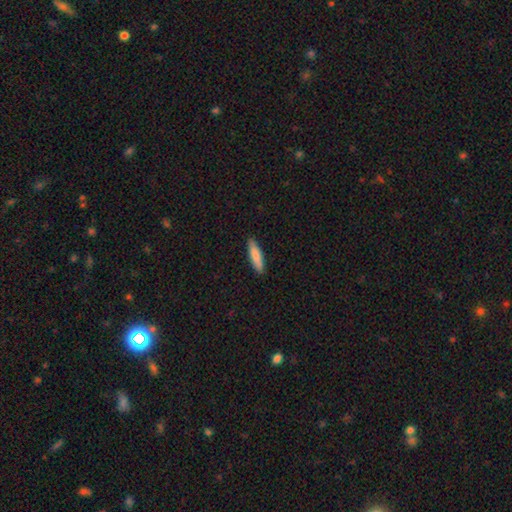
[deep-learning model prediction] smooth 84%, featured or disk 11%, star or artifact 5%. Down the decision tree: how rounded — cigar-shaped (76%); merging — none (90%).